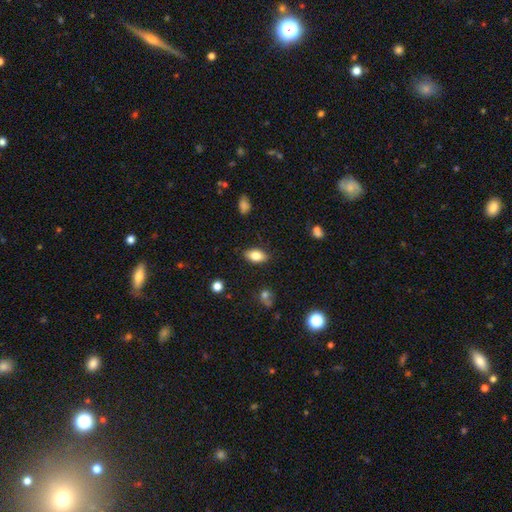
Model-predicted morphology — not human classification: smooth-or-featured: smooth: 81% | featured or disk: 11% | star or artifact: 8%
  how-rounded: in between: 90% | round: 6% | cigar-shaped: 4%
  merging: none: 86% | minor disturbance: 10% | major disturbance: 2% | merger: 1%